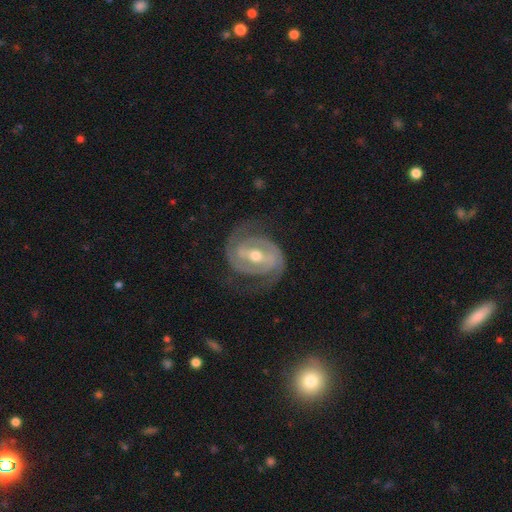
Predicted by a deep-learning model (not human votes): Smooth or featured? featured or disk (90%)
Edge-on disk? no (97%)
Bar? strong (50%)
Spiral arms? yes (97%)
Spiral winding? tight (54%)
Spiral arm count? 2 (87%)
Bulge size? moderate (68%)
Merging? none (76%)